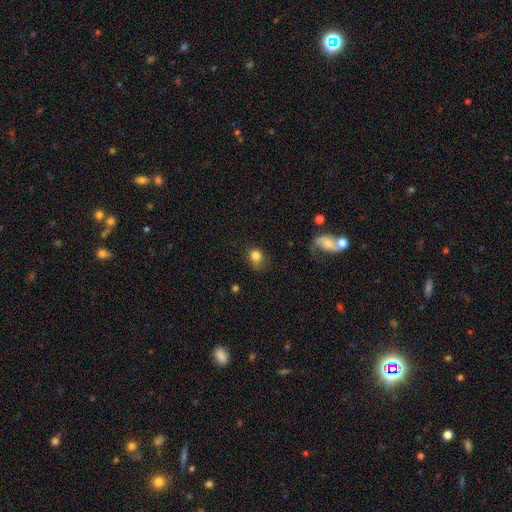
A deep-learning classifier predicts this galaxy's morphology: Overall: smooth (80%). How rounded: round (58%; in between 40%). Merging: none (52%; minor disturbance 26%).